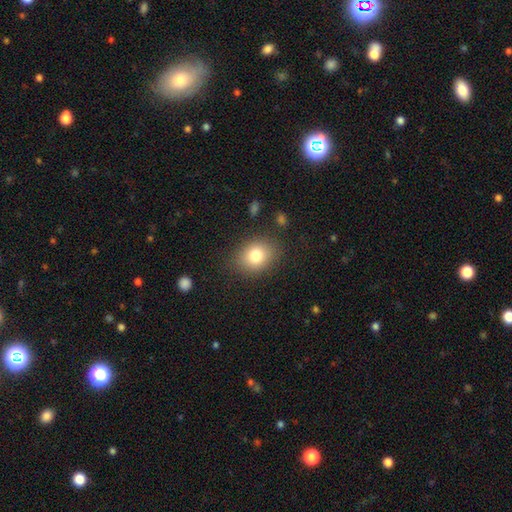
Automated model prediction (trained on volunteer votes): Smooth or featured? smooth (80%)
How rounded? in between (51%)
Merging? none (84%)